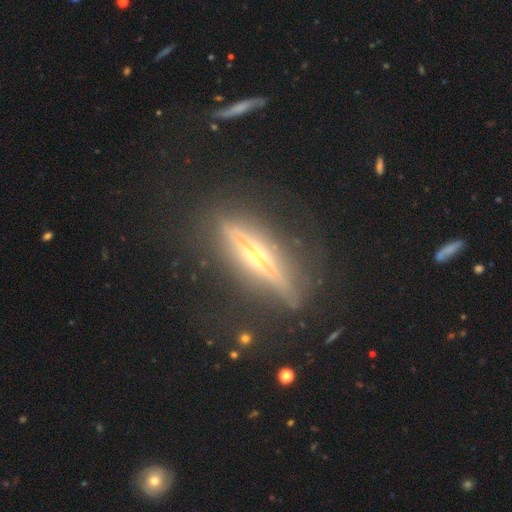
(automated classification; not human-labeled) smooth_or_featured: featured or disk (p=0.79) [alt: smooth p=0.14]
disk_edge_on: yes (p=0.90) [alt: no p=0.10]
edge_on_bulge: rounded (p=0.79) [alt: none p=0.14]
merging: none (p=0.74) [alt: minor disturbance p=0.17]